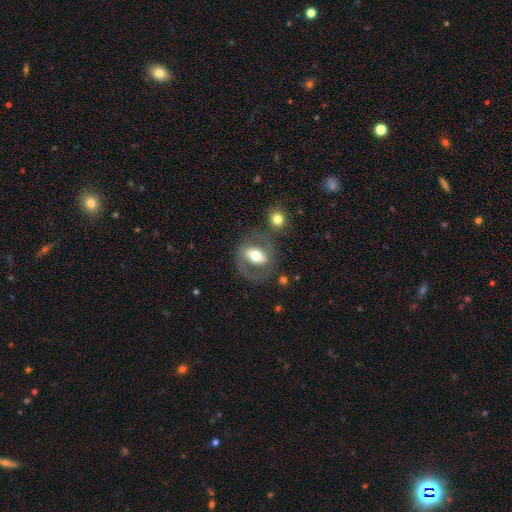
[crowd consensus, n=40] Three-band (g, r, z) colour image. It shows a featured or disk galaxy (60%) with a strong bar (48%), no spiral arms (61%) and a moderate central bulge (74%). Merging: none (64%).